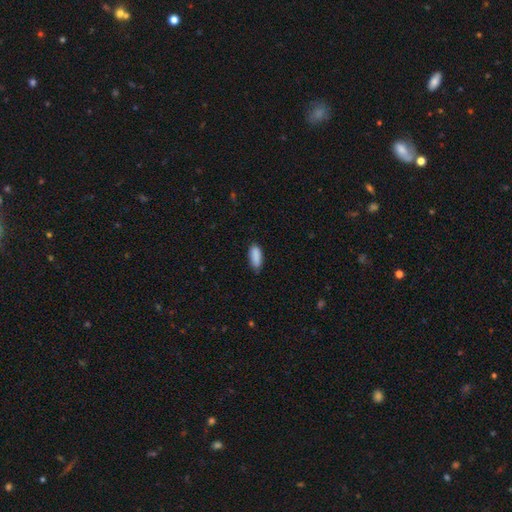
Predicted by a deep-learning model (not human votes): Smooth or featured? smooth (89%)
How rounded? in between (76%)
Merging? none (76%)